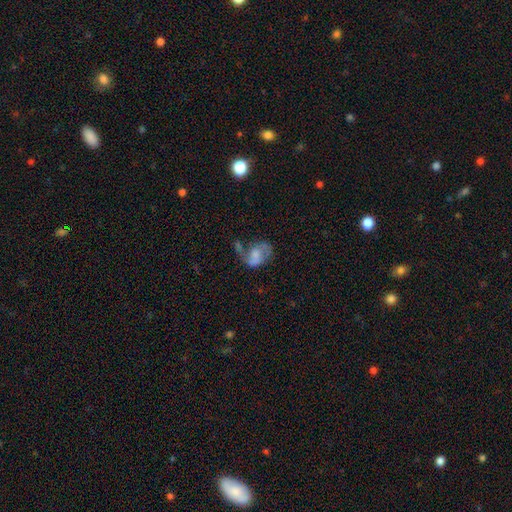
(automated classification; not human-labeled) Smooth or featured: featured or disk — 49% (smooth — 40%)
Merging: major disturbance — 35% (none — 30%)